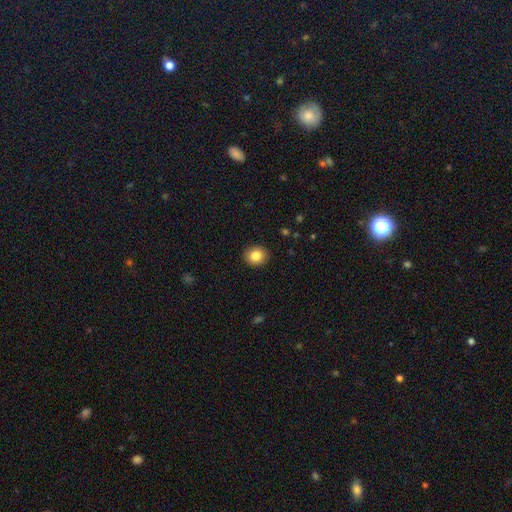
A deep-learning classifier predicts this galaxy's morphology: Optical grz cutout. It shows a smooth galaxy with no disk features (84%) that is round (74%). Merging: none (91%).